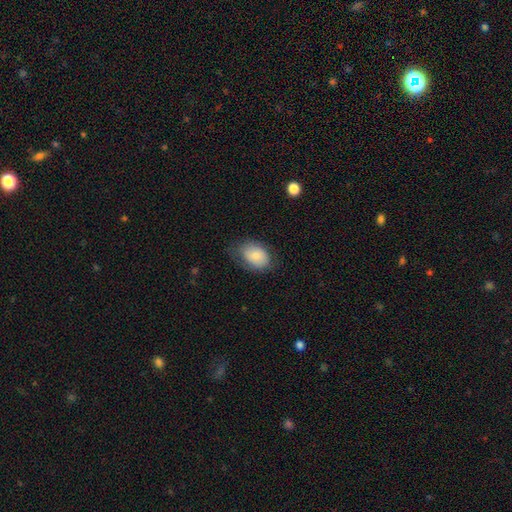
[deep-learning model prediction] smooth 81%, featured or disk 12%, star or artifact 7%. Down the decision tree: how rounded — in between (80%); merging — none (61%).